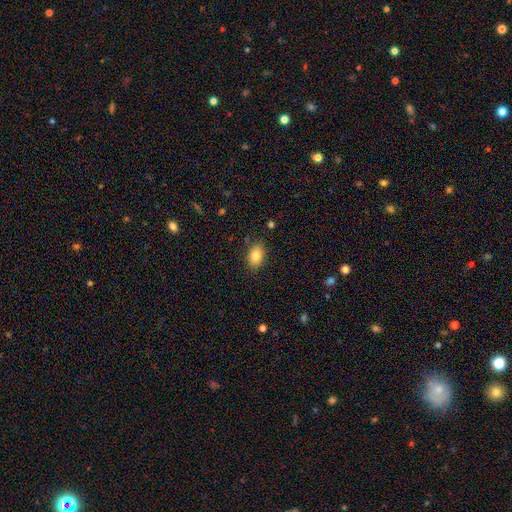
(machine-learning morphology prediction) smooth 84%, star or artifact 8%, featured or disk 8%. Down the decision tree: how rounded — in between (84%); merging — none (84%).